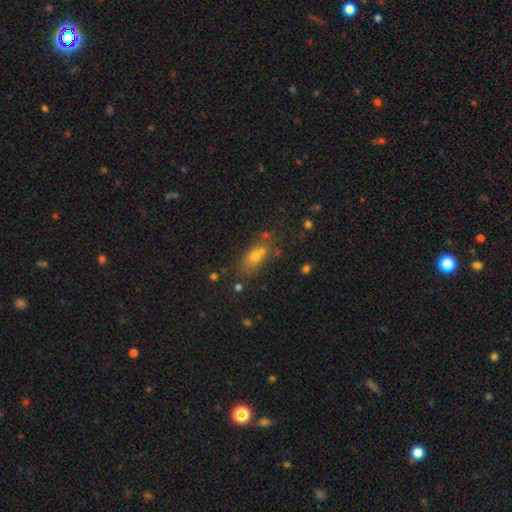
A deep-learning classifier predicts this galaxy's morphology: This is likely a smooth galaxy (64%). How rounded: likely in between (66%). Merging: possibly none (52%).